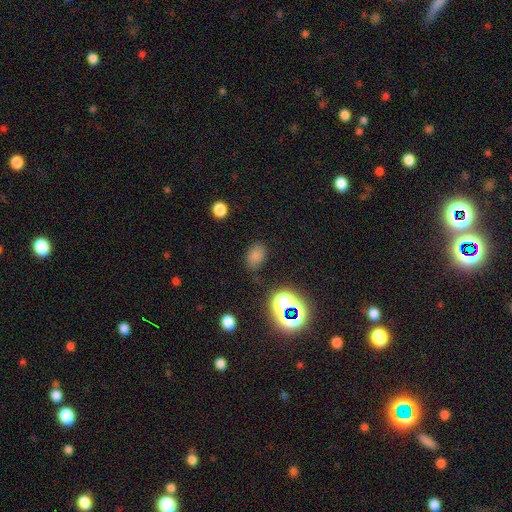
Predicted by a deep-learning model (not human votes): smooth-or-featured: smooth: 72% | star or artifact: 20% | featured or disk: 8%
  how-rounded: in between: 84% | round: 15% | cigar-shaped: 1%
  merging: none: 74% | minor disturbance: 17% | major disturbance: 6% | merger: 3%